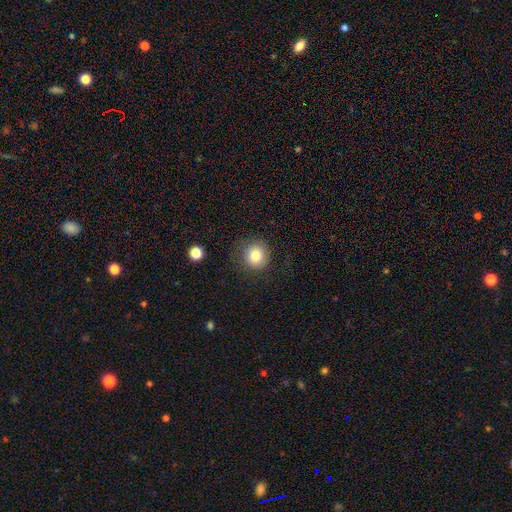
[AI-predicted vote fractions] Overall: smooth (80%). How rounded: round (90%). Merging: none (80%).